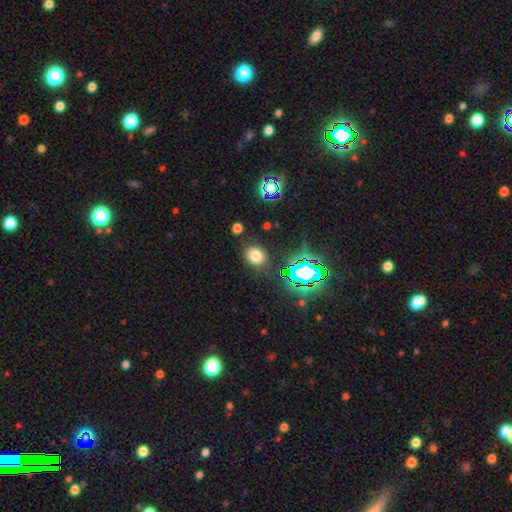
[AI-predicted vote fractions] smooth-or-featured: smooth: 70% | star or artifact: 22% | featured or disk: 8%
  how-rounded: round: 58% | in between: 41% | cigar-shaped: 1%
  merging: none: 82% | minor disturbance: 11% | major disturbance: 4% | merger: 3%